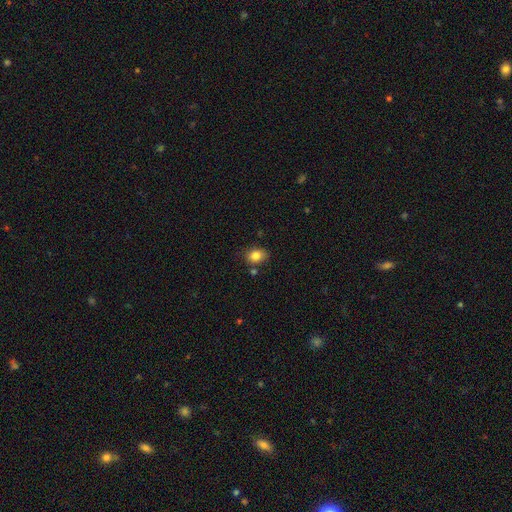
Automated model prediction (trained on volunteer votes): Smooth or featured? smooth (83%)
How rounded? in between (58%)
Merging? none (74%)